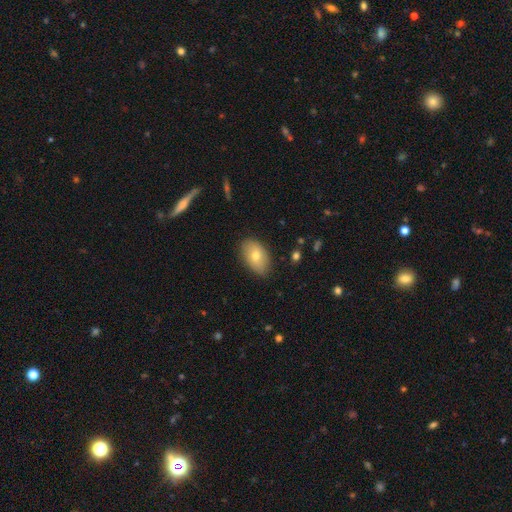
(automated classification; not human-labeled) Overall: smooth (70%). How rounded: in between (90%). Merging: none (83%).